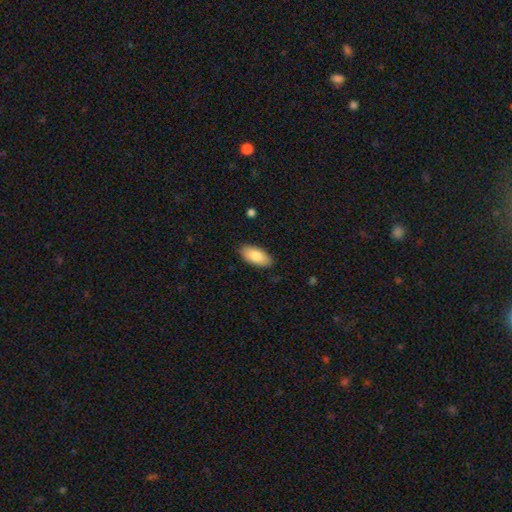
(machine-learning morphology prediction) Smooth or featured?
  - smooth: 83% *
  - featured or disk: 11%
  - star or artifact: 6%
How rounded?
  - in between: 92% *
  - cigar-shaped: 7%
  - round: 2%
Merging?
  - none: 86% *
  - minor disturbance: 11%
  - major disturbance: 2%
  - merger: 1%